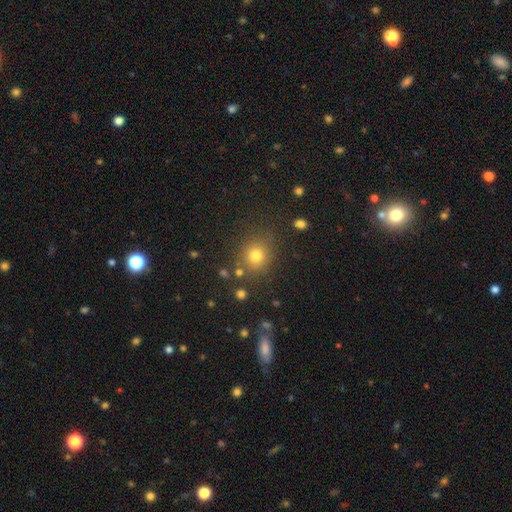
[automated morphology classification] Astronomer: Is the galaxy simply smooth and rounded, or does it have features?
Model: smooth — 77%.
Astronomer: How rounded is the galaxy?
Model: round — 76%.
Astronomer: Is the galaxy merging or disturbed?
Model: none — 81%.